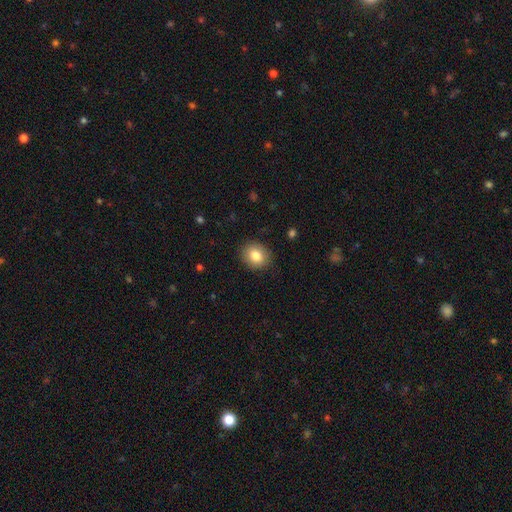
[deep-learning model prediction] Smooth or featured?
  - smooth: 83% *
  - star or artifact: 9%
  - featured or disk: 8%
How rounded?
  - round: 60% *
  - in between: 39%
  - cigar-shaped: 1%
Merging?
  - none: 89% *
  - minor disturbance: 8%
  - major disturbance: 2%
  - merger: 1%